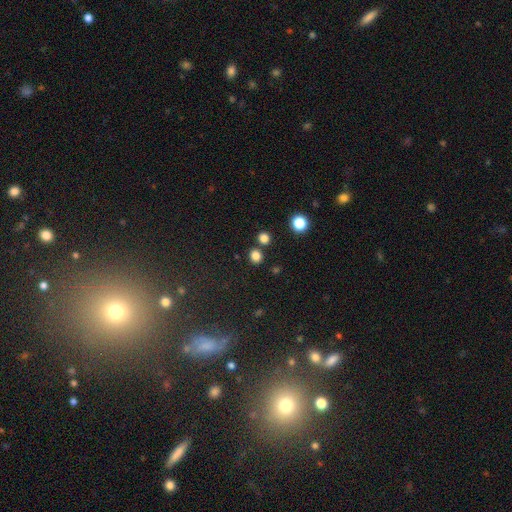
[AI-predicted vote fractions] smooth_or_featured: smooth (p=0.82) [alt: star or artifact p=0.14]
how_rounded: round (p=0.78) [alt: in between p=0.21]
merging: none (p=0.79) [alt: merger p=0.11]